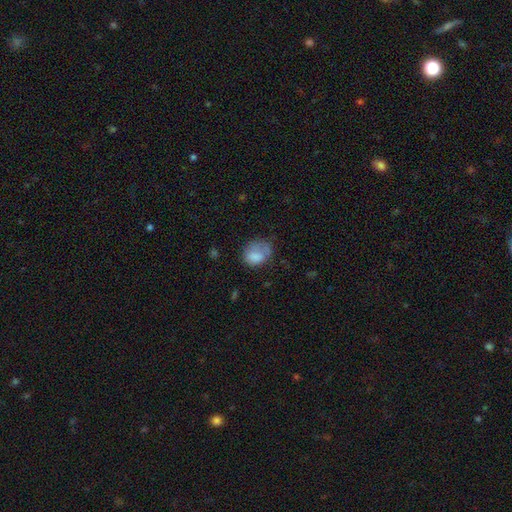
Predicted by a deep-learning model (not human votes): smooth-or-featured: smooth: 76% | featured or disk: 15% | star or artifact: 9%
  how-rounded: in between: 60% | round: 39% | cigar-shaped: 1%
  merging: none: 37% | minor disturbance: 33% | major disturbance: 26% | merger: 4%